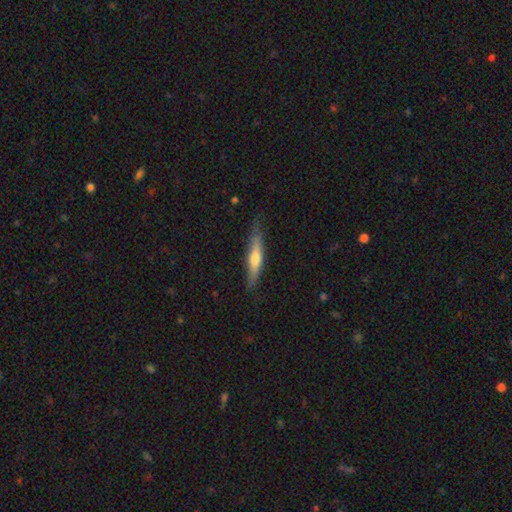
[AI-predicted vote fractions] Smooth or featured? Predicted: featured or disk (p=0.51). Edge-on disk? Predicted: yes (p=0.92). Merging? Predicted: none (p=0.81).